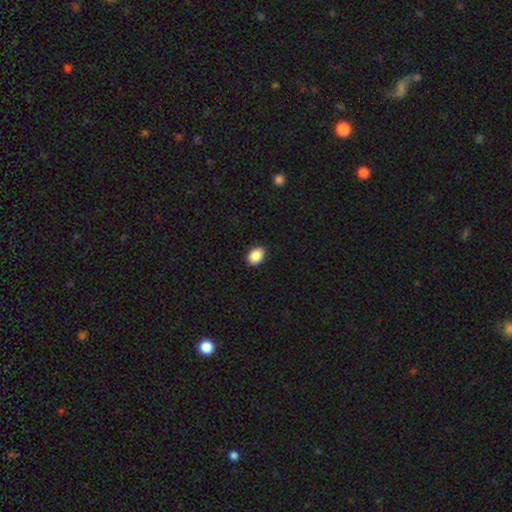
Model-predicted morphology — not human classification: Smooth or featured: smooth — 90% (star or artifact — 7%)
How rounded: in between — 76% (round — 23%)
Merging: none — 91% (minor disturbance — 7%)